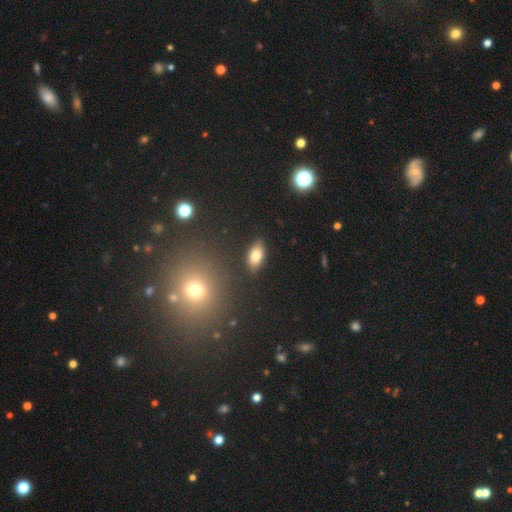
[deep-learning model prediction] A smooth galaxy with no disk features (80%) that is in between round and cigar-shaped (91%). Merging: none (88%).